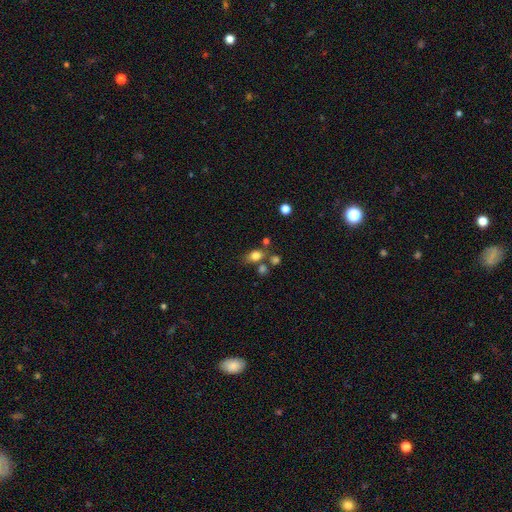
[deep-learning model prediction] Overall: smooth (78%). How rounded: in between (70%). Merging: none (58%; merger 21%).